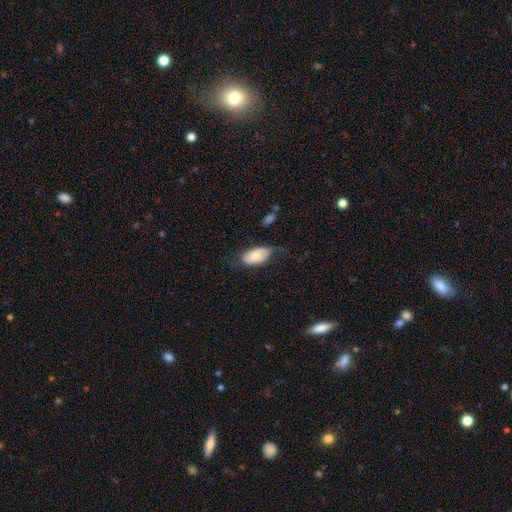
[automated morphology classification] A smooth galaxy with no disk features (70%) that is in between round and cigar-shaped (94%). Merging: none (52%).